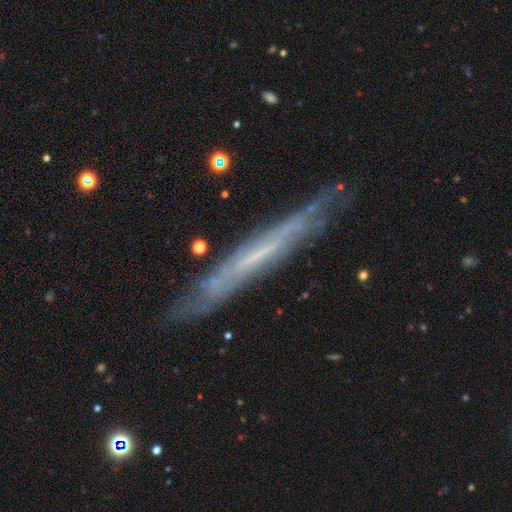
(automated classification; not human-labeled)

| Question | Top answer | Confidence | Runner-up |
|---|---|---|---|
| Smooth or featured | featured or disk | 68% | smooth (25%) |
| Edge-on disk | yes | 80% | no (20%) |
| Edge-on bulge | none | 85% | rounded (9%) |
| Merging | none | 78% | minor disturbance (16%) |